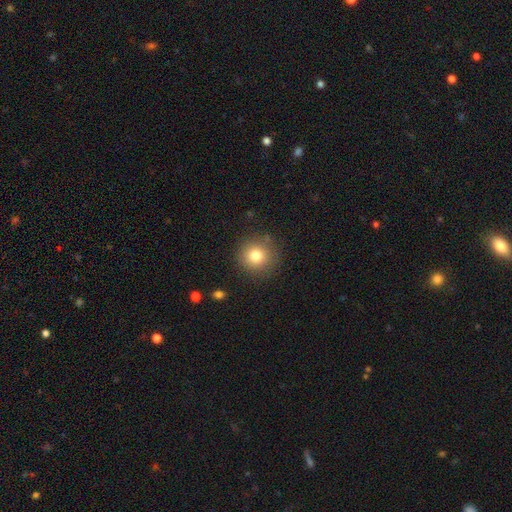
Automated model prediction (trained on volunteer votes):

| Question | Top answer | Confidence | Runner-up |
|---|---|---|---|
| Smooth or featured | smooth | 79% | star or artifact (12%) |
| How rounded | round | 93% | in between (6%) |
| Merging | none | 86% | minor disturbance (9%) |